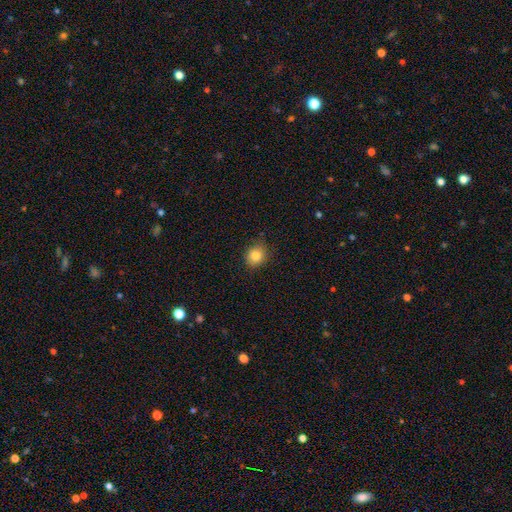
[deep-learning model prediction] Q: Smooth or featured?
A: smooth (83%); runner-up: star or artifact (10%)
Q: How rounded?
A: round (72%); runner-up: in between (27%)
Q: Merging?
A: none (84%); runner-up: minor disturbance (13%)